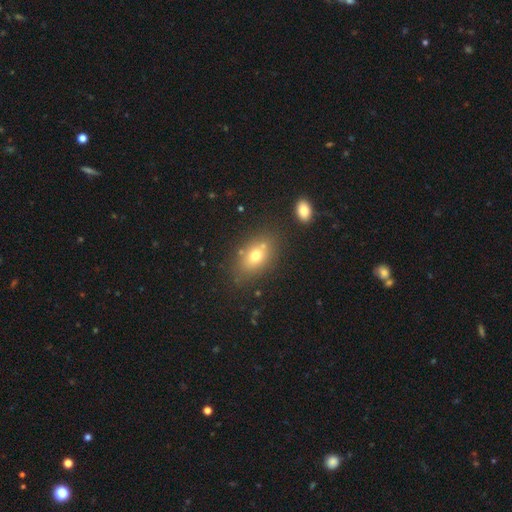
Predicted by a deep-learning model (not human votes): This appears to be a smooth galaxy with no disk features (70%) that is in between round and cigar-shaped (79%). Merging: none (70%).